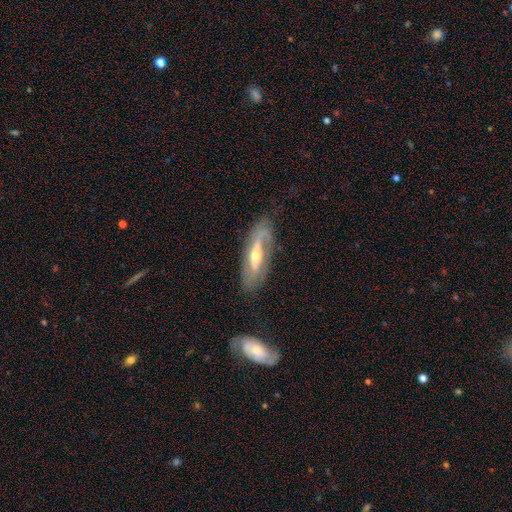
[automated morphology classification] This is likely a featured or disk galaxy (74%). It is likely not viewed edge-on (73%). Bar: marginally strong (35%). Spiral arm pattern: likely yes (75%). Central bulge: likely moderate (62%). Merging: likely none (67%).